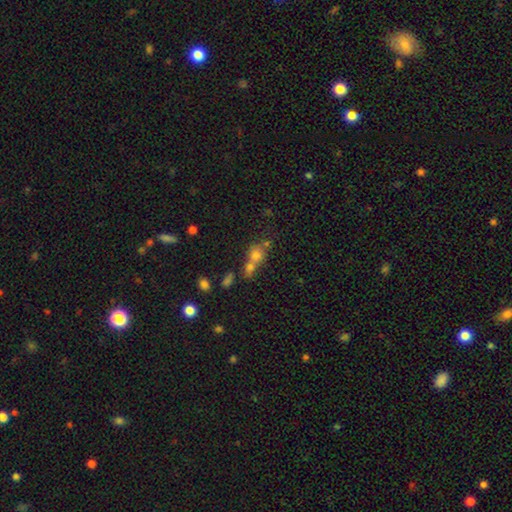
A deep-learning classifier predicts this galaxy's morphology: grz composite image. It shows a smooth galaxy with no disk features (70%) that is round (69%). Merging: merger (59%).